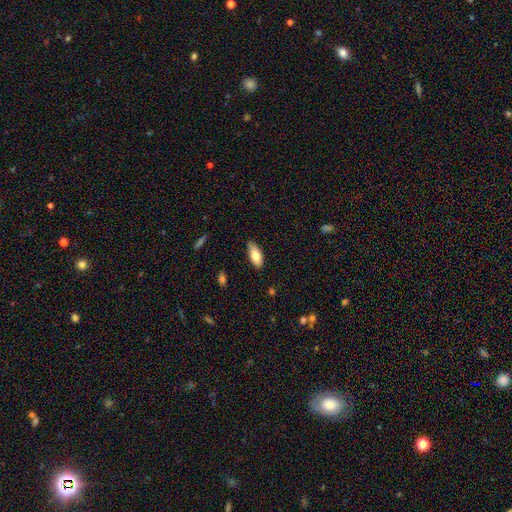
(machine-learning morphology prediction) Smooth or featured?
  - smooth: 78% *
  - featured or disk: 15%
  - star or artifact: 6%
How rounded?
  - in between: 82% *
  - cigar-shaped: 16%
  - round: 2%
Merging?
  - none: 81% *
  - minor disturbance: 16%
  - major disturbance: 2%
  - merger: 1%